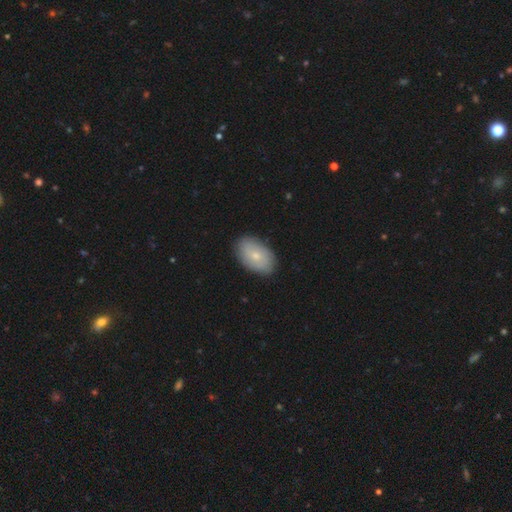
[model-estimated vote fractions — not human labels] This is likely a smooth galaxy (68%). How rounded: clearly in between (91%). Merging: clearly none (86%).